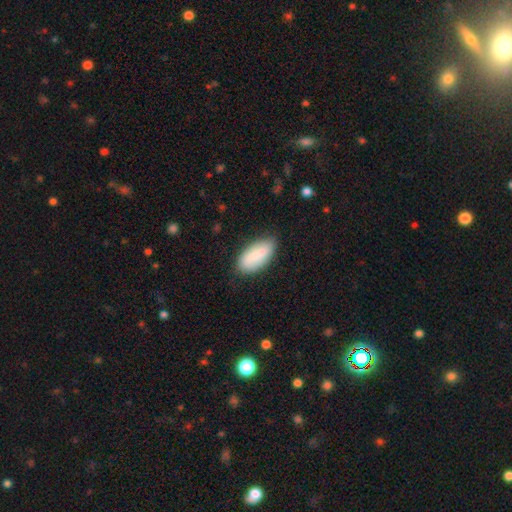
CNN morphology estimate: This appears to be a smooth galaxy with no disk features (83%) that is in between round and cigar-shaped (89%). Merging: none (78%).